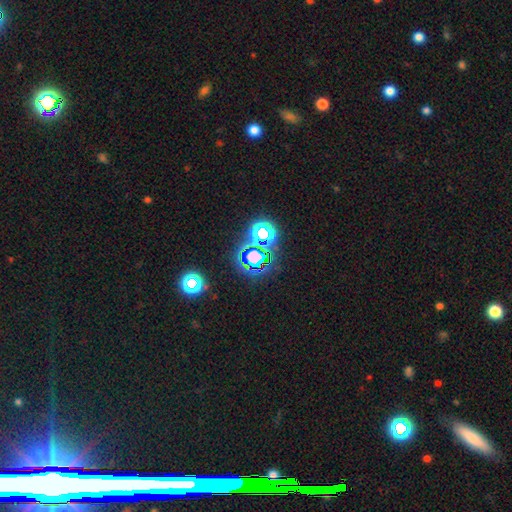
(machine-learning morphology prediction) type=star or artifact (73%).